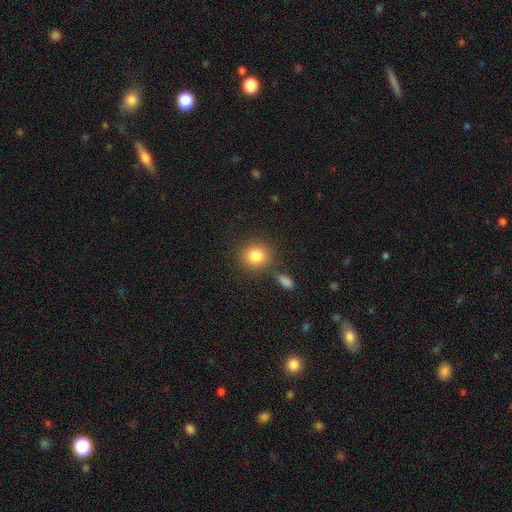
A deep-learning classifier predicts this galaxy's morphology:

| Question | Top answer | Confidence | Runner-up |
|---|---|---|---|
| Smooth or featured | smooth | 83% | star or artifact (10%) |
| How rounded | round | 83% | in between (16%) |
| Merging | none | 77% | minor disturbance (10%) |